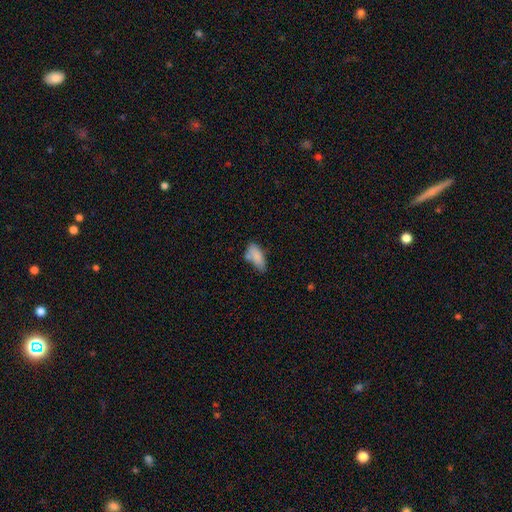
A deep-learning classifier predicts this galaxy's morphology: Overall: smooth (82%). How rounded: in between (85%). Merging: none (45%; minor disturbance 30%).